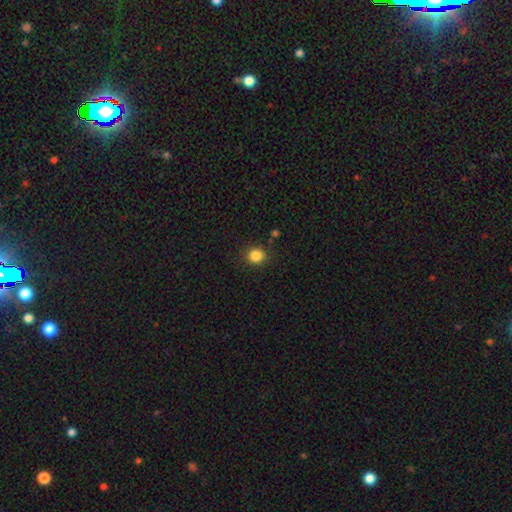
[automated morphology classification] A smooth galaxy with no disk features (85%) that is round (87%). Merging: none (88%).